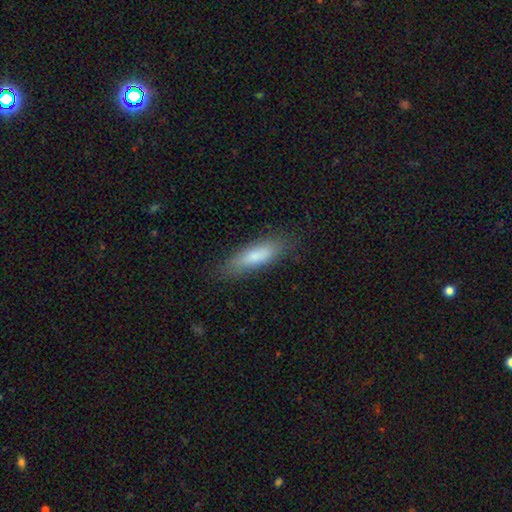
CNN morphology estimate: smooth 80%, featured or disk 14%, star or artifact 6%. Down the decision tree: how rounded — cigar-shaped (59%); merging — none (82%).